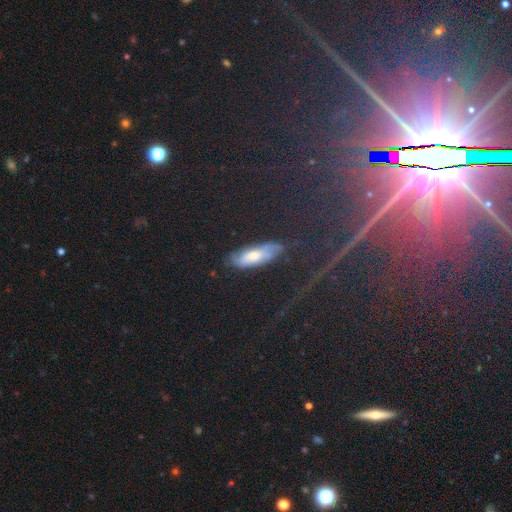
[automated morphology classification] A smooth galaxy with no disk features (38%). Merging: none (73%).